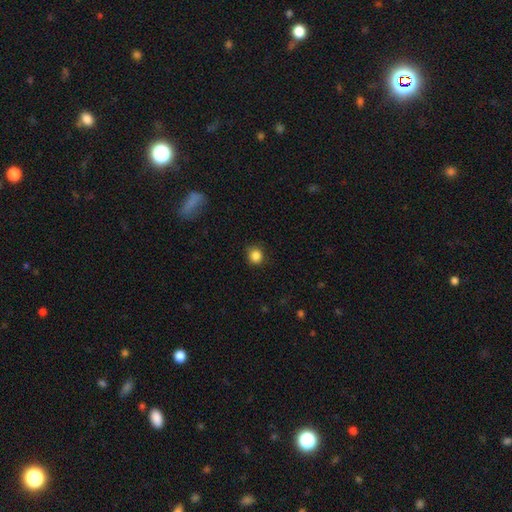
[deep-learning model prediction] Morphology: type=smooth (85%); roundness=round (84%); merging=none (85%).